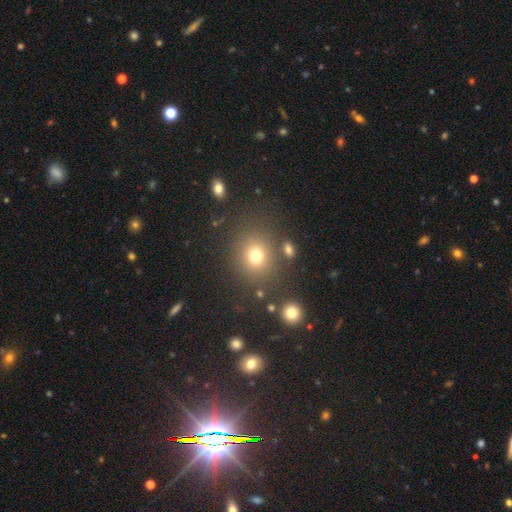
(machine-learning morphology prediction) Smooth or featured? Predicted: smooth (p=0.73). How rounded? Predicted: round (p=0.76). Merging? Predicted: none (p=0.80).